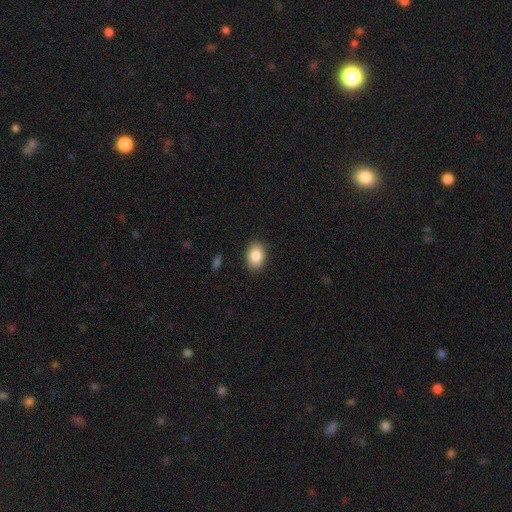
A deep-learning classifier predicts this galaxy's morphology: type=smooth (86%); roundness=in between (83%); merging=none (88%).